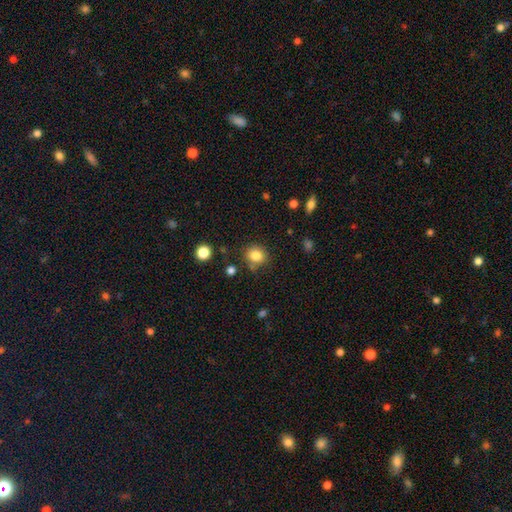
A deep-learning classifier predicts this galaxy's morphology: smooth-or-featured: smooth: 83% | star or artifact: 11% | featured or disk: 6%
  how-rounded: round: 77% | in between: 22% | cigar-shaped: 1%
  merging: none: 78% | minor disturbance: 12% | merger: 6% | major disturbance: 4%